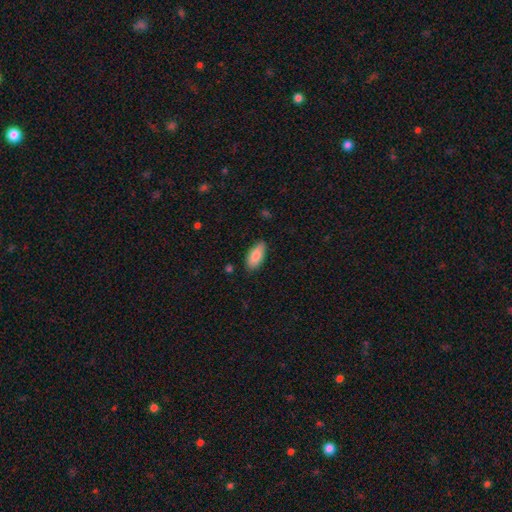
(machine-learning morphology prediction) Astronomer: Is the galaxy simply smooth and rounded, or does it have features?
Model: smooth — 85%.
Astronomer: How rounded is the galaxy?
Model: in between — 89%.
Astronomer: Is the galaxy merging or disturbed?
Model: none — 82%.